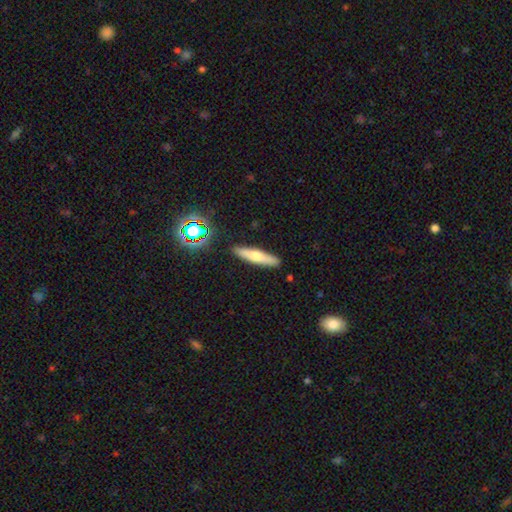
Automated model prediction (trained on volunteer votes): Q: Smooth or featured?
A: smooth (50%); runner-up: featured or disk (42%)
Q: How rounded?
A: cigar-shaped (83%); runner-up: in between (15%)
Q: Merging?
A: none (89%); runner-up: minor disturbance (7%)